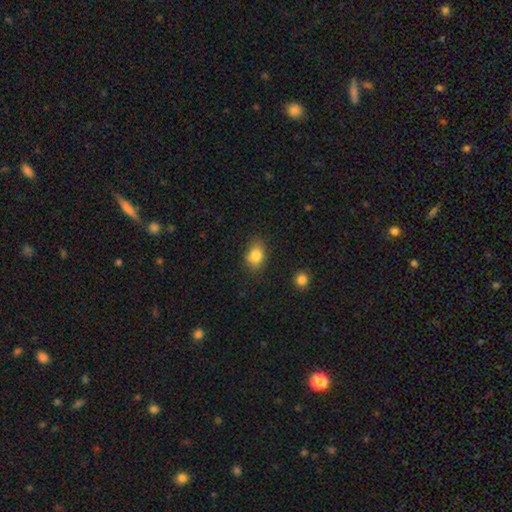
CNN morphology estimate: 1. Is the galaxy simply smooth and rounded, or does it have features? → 83% smooth, 9% star or artifact, 7% featured or disk.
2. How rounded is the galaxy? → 68% in between, 30% round, 1% cigar-shaped.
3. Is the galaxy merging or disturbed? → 79% none, 16% minor disturbance, 4% major disturbance, 2% merger.